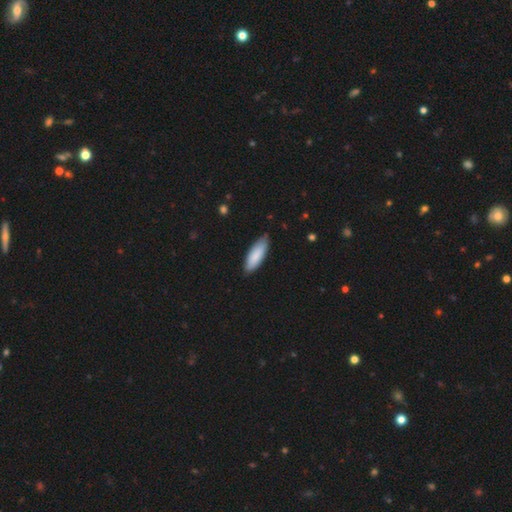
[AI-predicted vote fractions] smooth 86%, featured or disk 9%, star or artifact 5%. Down the decision tree: how rounded — in between (60%); merging — none (81%).